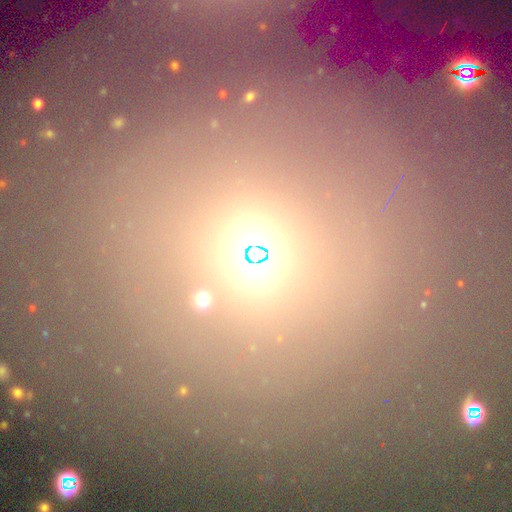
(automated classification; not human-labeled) smooth 54%, star or artifact 33%, featured or disk 14%. Down the decision tree: how rounded — round (71%); merging — none (71%).